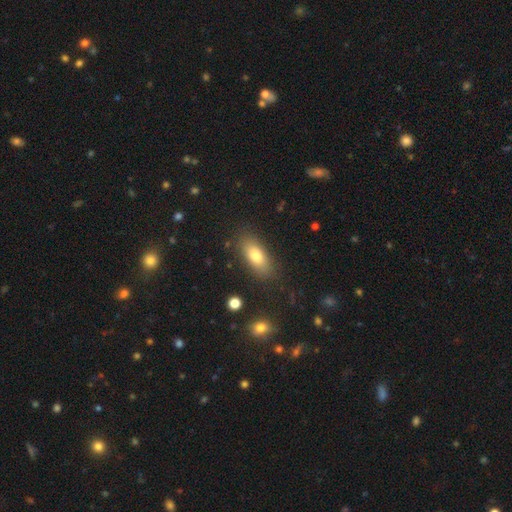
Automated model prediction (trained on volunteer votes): The model was most divided on "smooth or featured": smooth: 77%, featured or disk: 15%, star or artifact: 8%. More confident: merging — none (84%); how rounded — in between (81%).